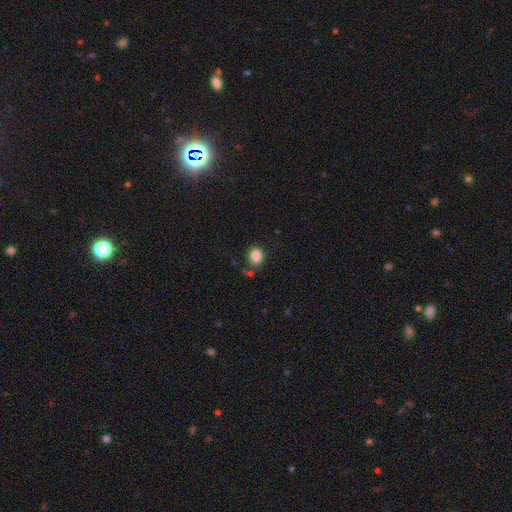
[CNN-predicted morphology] smooth_or_featured: smooth (p=0.86) [alt: star or artifact p=0.10]
how_rounded: round (p=0.53) [alt: in between p=0.46]
merging: none (p=0.71) [alt: minor disturbance p=0.17]